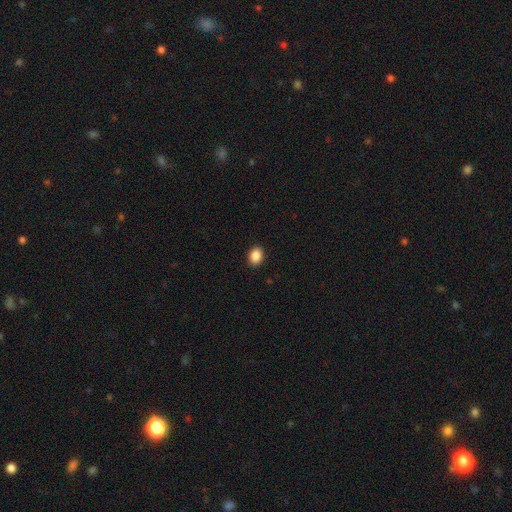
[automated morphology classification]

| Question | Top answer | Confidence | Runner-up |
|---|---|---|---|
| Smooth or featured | smooth | 89% | star or artifact (8%) |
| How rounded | in between | 71% | round (28%) |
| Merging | none | 90% | minor disturbance (7%) |